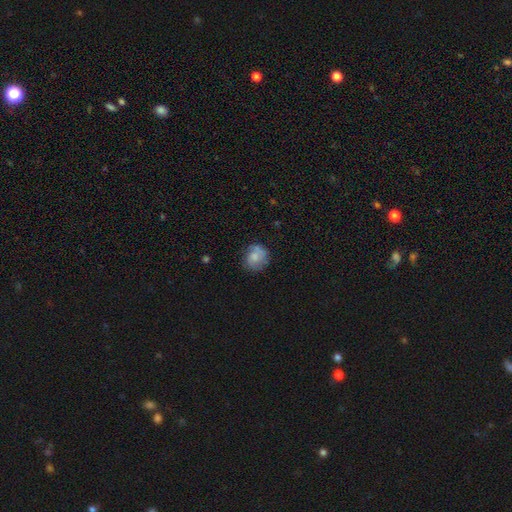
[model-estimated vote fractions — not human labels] A smooth galaxy with no disk features (64%) that is round (73%).

Vote fractions:
- Smooth or featured? smooth: 64% / featured or disk: 27% / star or artifact: 9%
- How rounded? round: 73% / in between: 26% / cigar-shaped: 1%
- Merging? none: 68% / minor disturbance: 22% / major disturbance: 8% / merger: 2%